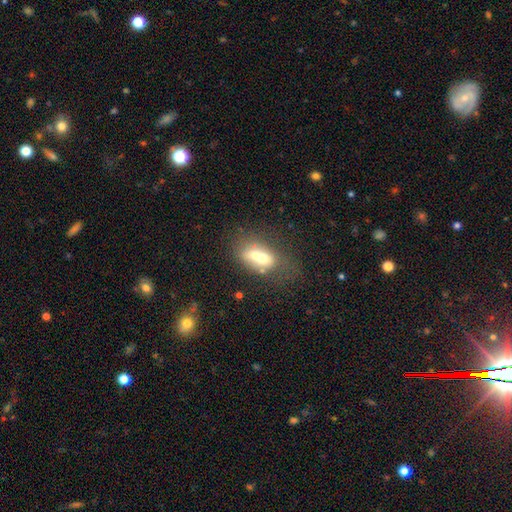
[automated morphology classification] A smooth galaxy with no disk features (55%) that is in between round and cigar-shaped (70%). Merging: merger (58%).